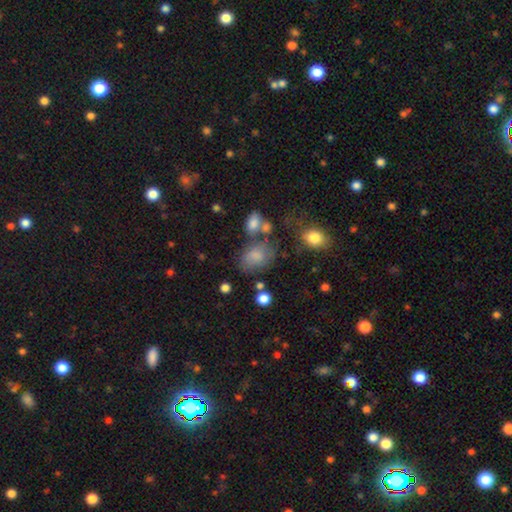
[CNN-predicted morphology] A smooth galaxy with no disk features (74%) that is in between round and cigar-shaped (72%). Merging: none (51%).